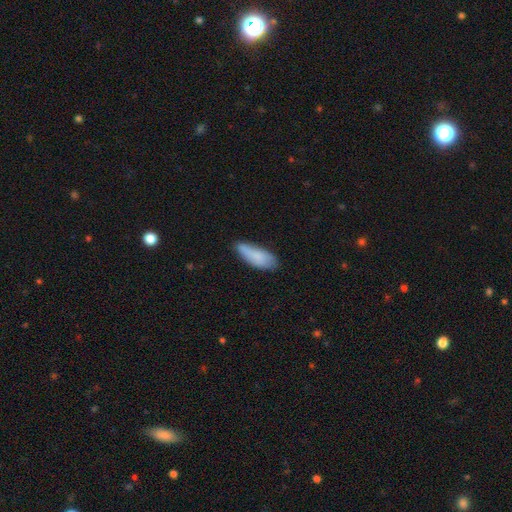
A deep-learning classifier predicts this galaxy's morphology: The model was most divided on "merging": none: 60%, minor disturbance: 31%, major disturbance: 6%, merger: 3%. More confident: smooth or featured — smooth (82%); how rounded — in between (69%).